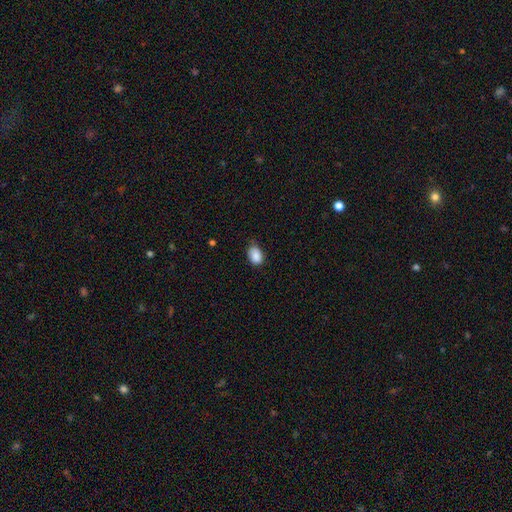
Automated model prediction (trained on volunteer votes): A smooth galaxy with no disk features (88%) that is in between round and cigar-shaped (80%). Merging: none (65%).